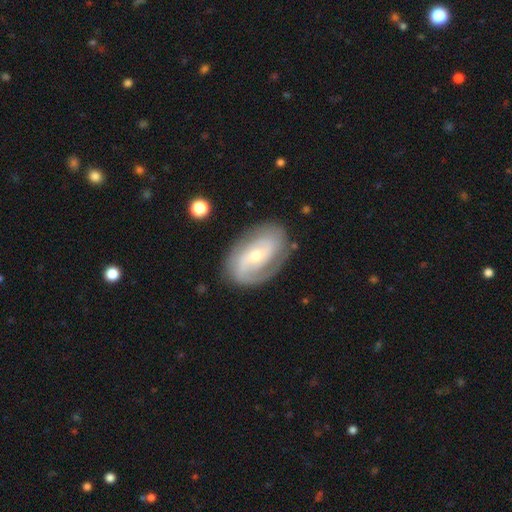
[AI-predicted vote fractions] Smooth or featured? Predicted: featured or disk (p=0.80). Edge-on disk? Predicted: no (p=0.96). Bar? Predicted: no (p=0.41). Spiral arms? Predicted: yes (p=0.91). Spiral winding? Predicted: tight (p=0.43). Spiral arm count? Predicted: 2 (p=0.67). Bulge size? Predicted: small (p=0.49). Merging? Predicted: none (p=0.78).